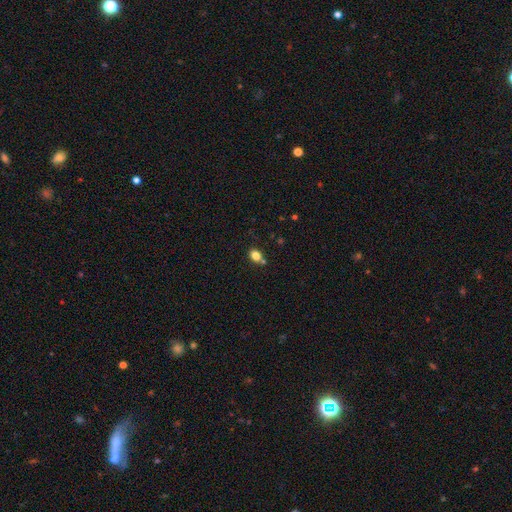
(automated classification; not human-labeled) A smooth galaxy with no disk features (82%) that is in between round and cigar-shaped (60%). Merging: none (68%).